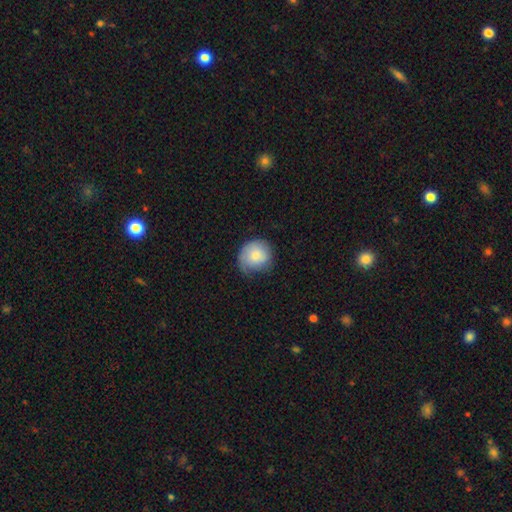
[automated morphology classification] A smooth galaxy with no disk features (74%) that is round (84%). Merging: none (55%).